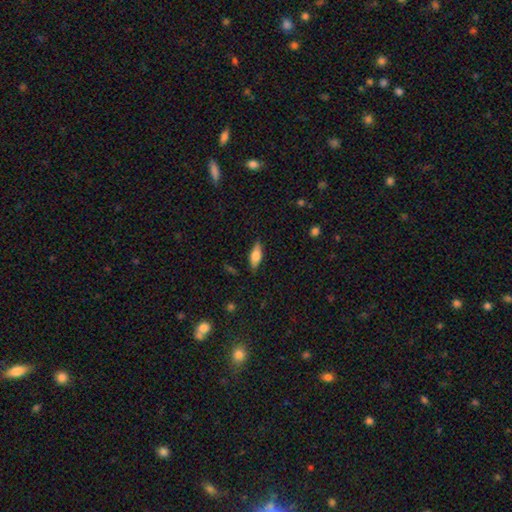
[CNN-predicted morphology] This appears to be a smooth galaxy with no disk features (65%) that is in between round and cigar-shaped (74%). Merging: none (82%).